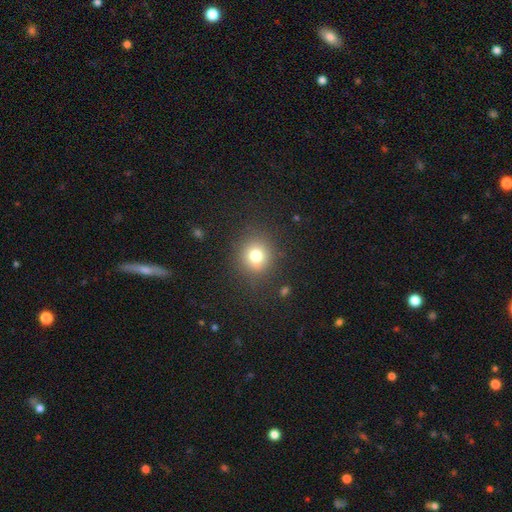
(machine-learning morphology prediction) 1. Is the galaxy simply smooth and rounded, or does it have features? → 77% smooth, 14% star or artifact, 9% featured or disk.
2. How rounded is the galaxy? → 85% round, 14% in between, 1% cigar-shaped.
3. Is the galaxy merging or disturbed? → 85% none, 9% minor disturbance, 4% major disturbance, 2% merger.